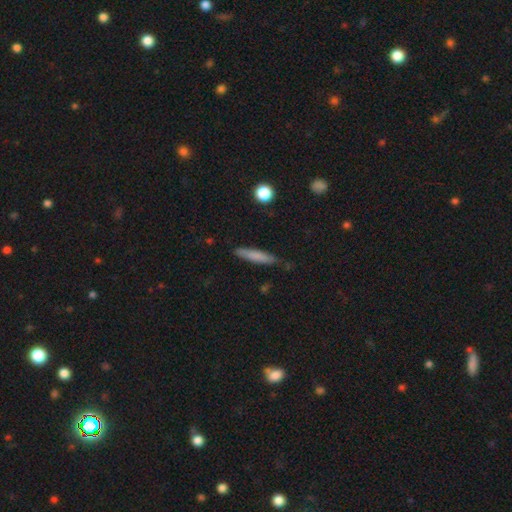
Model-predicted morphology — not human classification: Overall: smooth (75%). How rounded: cigar-shaped (87%). Merging: none (80%).